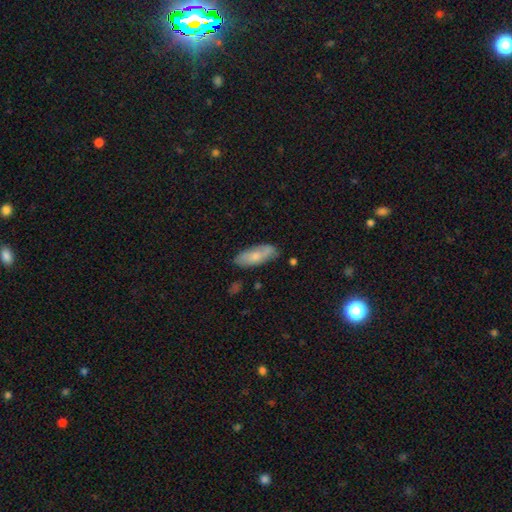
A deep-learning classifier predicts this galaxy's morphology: type=smooth (64%); roundness=in between (70%); merging=none (75%).